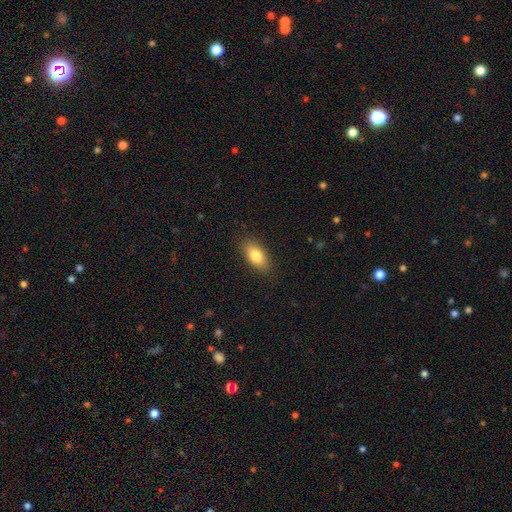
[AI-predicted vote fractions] This appears to be a smooth galaxy with no disk features (82%) that is in between round and cigar-shaped (88%). Merging: none (87%).